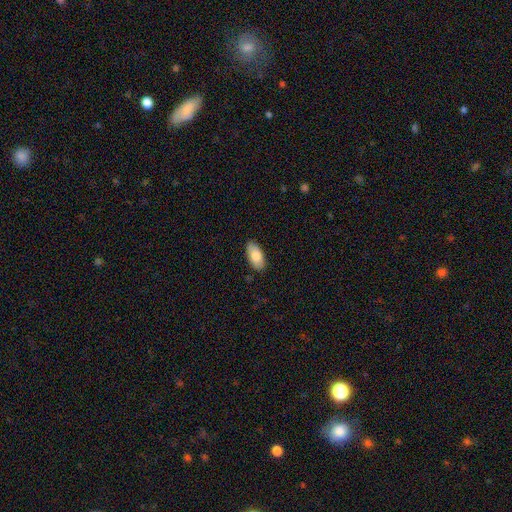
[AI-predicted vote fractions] A smooth galaxy with no disk features (82%) that is in between round and cigar-shaped (93%).

Vote fractions:
- Smooth or featured? smooth: 82% / featured or disk: 12% / star or artifact: 6%
- How rounded? in between: 93% / cigar-shaped: 5% / round: 2%
- Merging? none: 87% / minor disturbance: 10% / major disturbance: 2% / merger: 1%